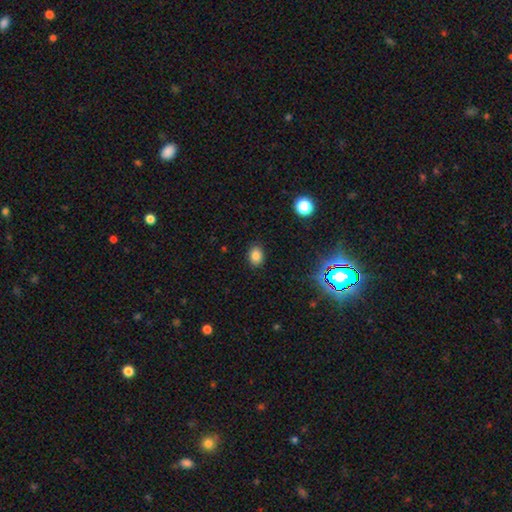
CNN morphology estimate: Smooth or featured? smooth (80%)
How rounded? in between (63%)
Merging? none (88%)